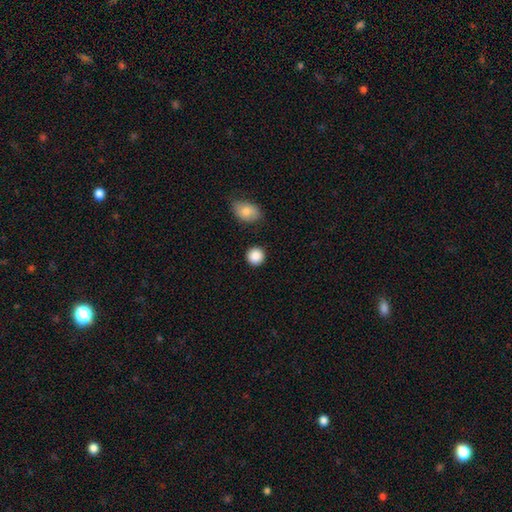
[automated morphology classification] A smooth galaxy with no disk features (88%) that is round (91%).

Vote fractions:
- Smooth or featured? smooth: 88% / star or artifact: 8% / featured or disk: 4%
- How rounded? round: 91% / in between: 8% / cigar-shaped: 1%
- Merging? none: 88% / minor disturbance: 7% / merger: 3% / major disturbance: 2%